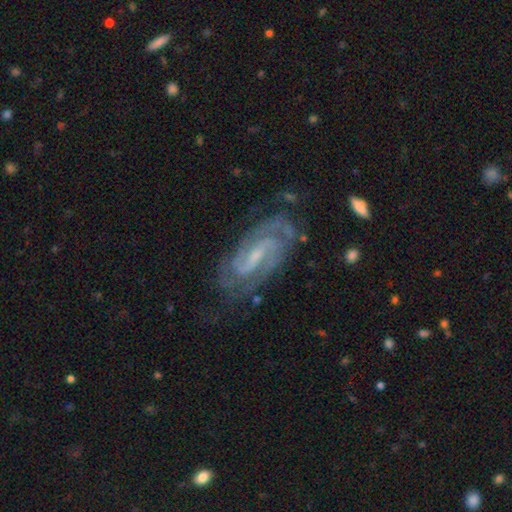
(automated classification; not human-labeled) Q: Smooth or featured?
A: featured or disk (90%); runner-up: smooth (5%)
Q: Edge-on disk?
A: no (96%); runner-up: yes (4%)
Q: Bar?
A: weak (50%); runner-up: strong (30%)
Q: Spiral arms?
A: yes (98%); runner-up: no (2%)
Q: Spiral winding?
A: tight (52%); runner-up: medium (40%)
Q: Spiral arm count?
A: 2 (76%); runner-up: can't tell (9%)
Q: Bulge size?
A: small (60%); runner-up: moderate (24%)
Q: Merging?
A: none (75%); runner-up: minor disturbance (17%)